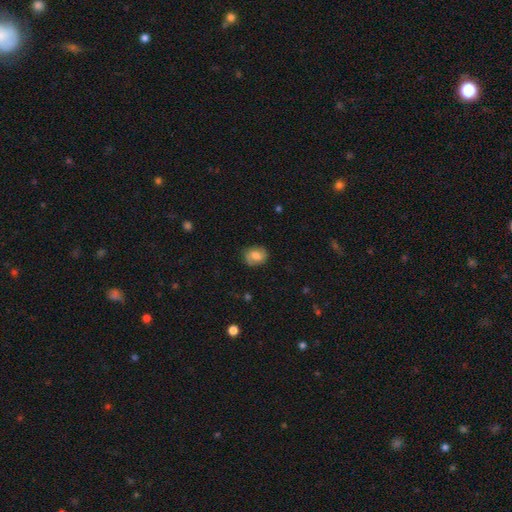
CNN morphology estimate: The model was most divided on "how rounded": round: 58%, in between: 41%, cigar-shaped: 1%. More confident: merging — none (78%); smooth or featured — smooth (56%).